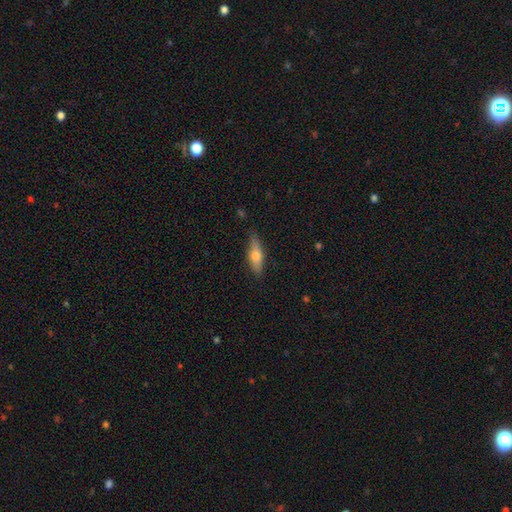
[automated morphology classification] A smooth galaxy with no disk features (60%) that is cigar-shaped (50%).

Vote fractions:
- Smooth or featured? smooth: 60% / featured or disk: 34% / star or artifact: 6%
- How rounded? cigar-shaped: 50% / in between: 47% / round: 3%
- Merging? none: 83% / minor disturbance: 13% / major disturbance: 2% / merger: 1%